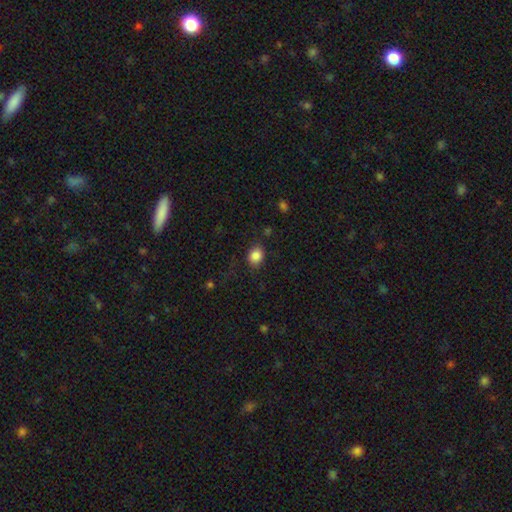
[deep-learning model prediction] This appears to be a smooth galaxy with no disk features (86%) that is round (54%). Merging: none (80%).